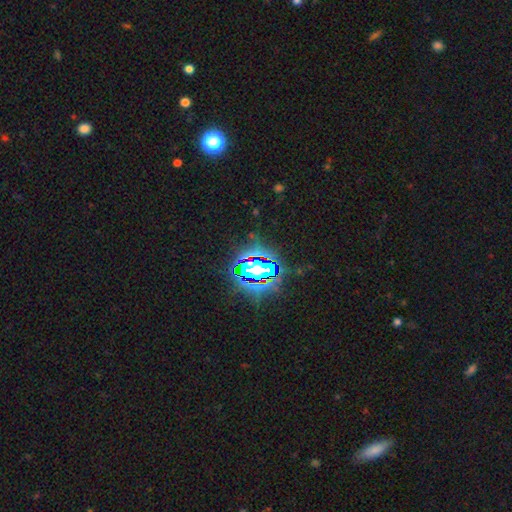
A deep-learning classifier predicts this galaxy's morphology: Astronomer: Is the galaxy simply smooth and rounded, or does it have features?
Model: star or artifact — 81%.